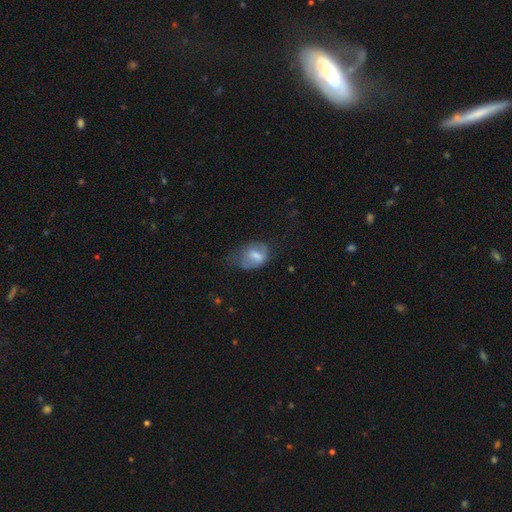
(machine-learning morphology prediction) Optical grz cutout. It shows a smooth galaxy with no disk features (62%) that is in between round and cigar-shaped (73%). Merging: minor disturbance (35%).